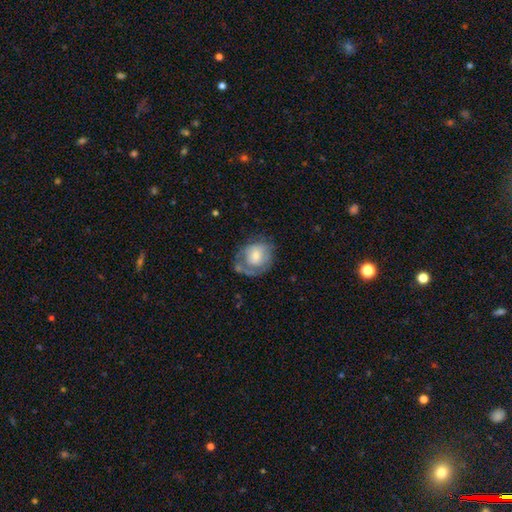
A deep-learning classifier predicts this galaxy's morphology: A smooth galaxy with no disk features (49%).

Vote fractions:
- Smooth or featured? smooth: 49% / featured or disk: 44% / star or artifact: 7%
- Merging? none: 43% / minor disturbance: 28% / major disturbance: 24% / merger: 5%